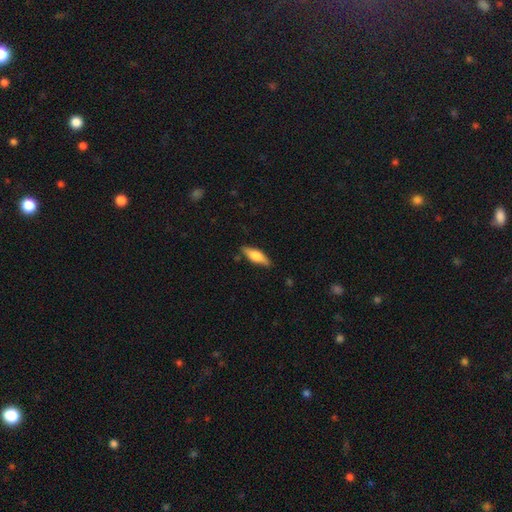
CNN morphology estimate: smooth_or_featured: smooth (p=0.56) [alt: featured or disk p=0.38]
how_rounded: in between (p=0.53) [alt: cigar-shaped p=0.45]
merging: none (p=0.83) [alt: minor disturbance p=0.13]